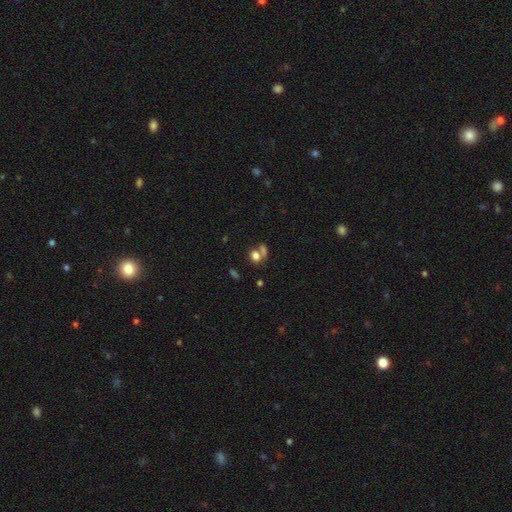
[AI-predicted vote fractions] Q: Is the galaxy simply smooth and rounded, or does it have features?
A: smooth — 75%.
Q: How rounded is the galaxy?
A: round — 51%.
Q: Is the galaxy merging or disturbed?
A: none — 47%.